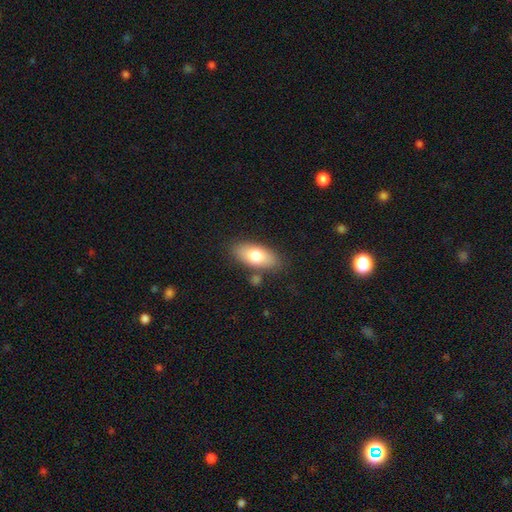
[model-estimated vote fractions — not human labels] Smooth or featured? Predicted: smooth (p=0.74). How rounded? Predicted: in between (p=0.85). Merging? Predicted: none (p=0.80).